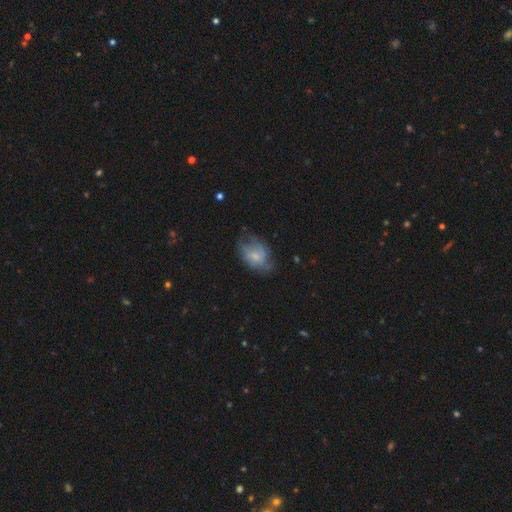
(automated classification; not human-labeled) Smooth or featured?
  - smooth: 48% *
  - featured or disk: 43%
  - star or artifact: 8%
Merging?
  - none: 42% *
  - minor disturbance: 33%
  - major disturbance: 23%
  - merger: 2%